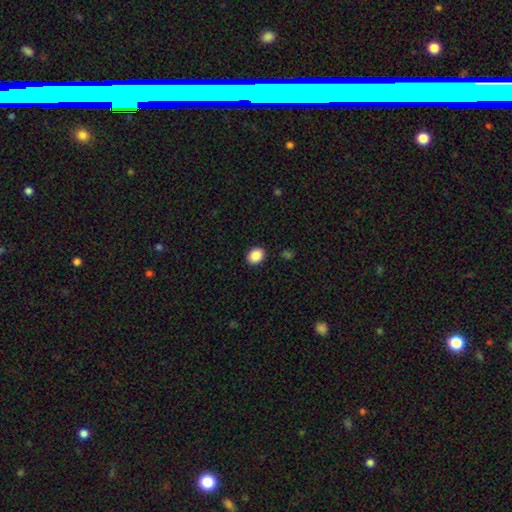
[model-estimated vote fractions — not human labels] smooth-or-featured: smooth: 88% | star or artifact: 8% | featured or disk: 4%
  how-rounded: round: 50% (tied) | in between: 50% (tied) | cigar-shaped: 1%
  merging: none: 90% | minor disturbance: 6% | major disturbance: 2% | merger: 1%